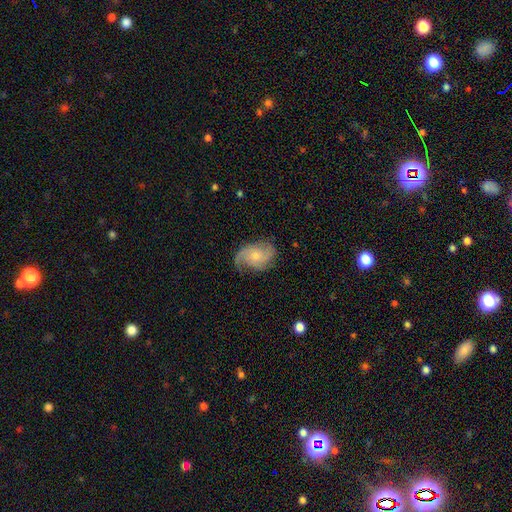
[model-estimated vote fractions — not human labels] smooth_or_featured: featured or disk (p=0.73) [alt: smooth p=0.21]
disk_edge_on: no (p=0.97) [alt: yes p=0.03]
bar: no (p=0.73) [alt: weak p=0.24]
has_spiral_arms: yes (p=0.94) [alt: no p=0.06]
spiral_winding: medium (p=0.43) [alt: loose p=0.37]
spiral_arm_count: 2 (p=0.59) [alt: 3 p=0.13]
bulge_size: small (p=0.53) [alt: moderate p=0.40]
merging: none (p=0.62) [alt: minor disturbance p=0.24]